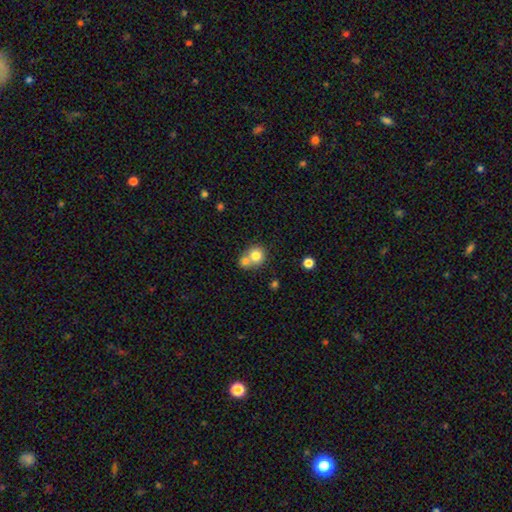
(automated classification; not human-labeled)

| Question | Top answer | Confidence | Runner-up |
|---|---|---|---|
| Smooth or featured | smooth | 77% | featured or disk (12%) |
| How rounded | round | 85% | in between (14%) |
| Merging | merger | 53% | none (38%) |